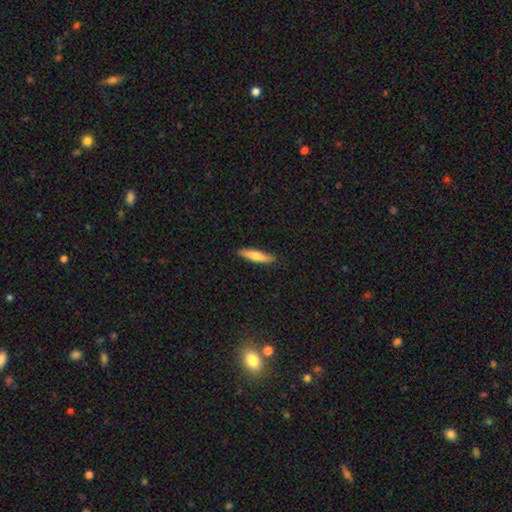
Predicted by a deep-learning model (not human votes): Smooth or featured?
  - smooth: 72% *
  - featured or disk: 23%
  - star or artifact: 5%
How rounded?
  - cigar-shaped: 82% *
  - in between: 16%
  - round: 1%
Merging?
  - none: 87% *
  - minor disturbance: 10%
  - major disturbance: 2%
  - merger: 1%